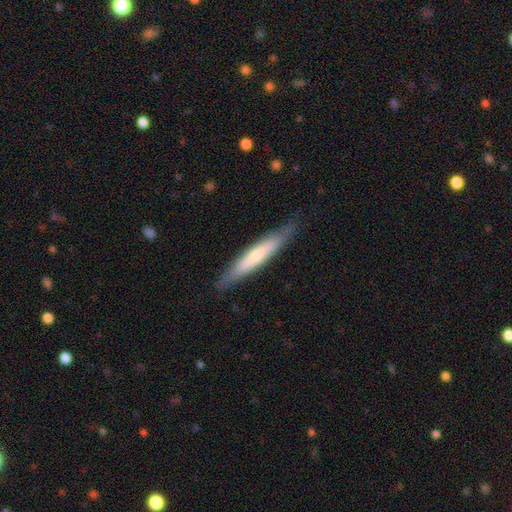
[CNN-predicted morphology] Smooth or featured? smooth (56%)
How rounded? cigar-shaped (92%)
Merging? none (86%)